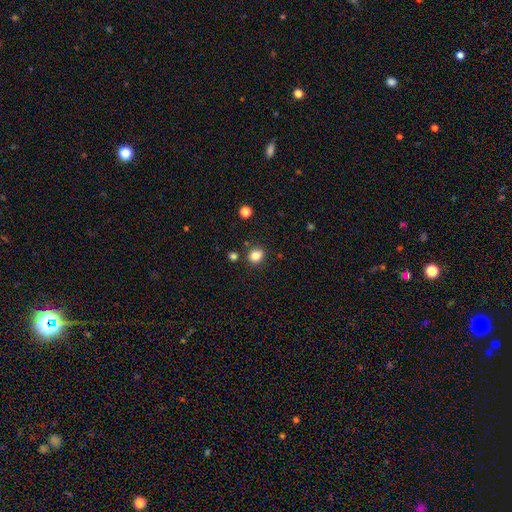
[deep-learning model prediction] Smooth or featured?
  - smooth: 83% *
  - star or artifact: 12%
  - featured or disk: 5%
How rounded?
  - round: 66% *
  - in between: 34%
  - cigar-shaped: 1%
Merging?
  - none: 84% *
  - minor disturbance: 9%
  - merger: 5%
  - major disturbance: 3%